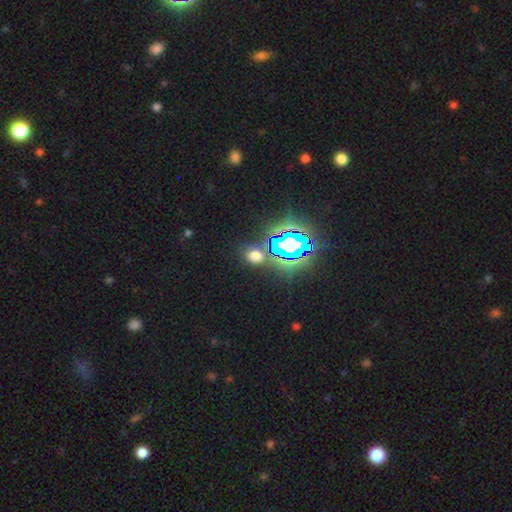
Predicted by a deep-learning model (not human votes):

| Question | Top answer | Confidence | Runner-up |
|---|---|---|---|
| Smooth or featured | smooth | 50% | star or artifact (43%) |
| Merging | none | 82% | minor disturbance (9%) |